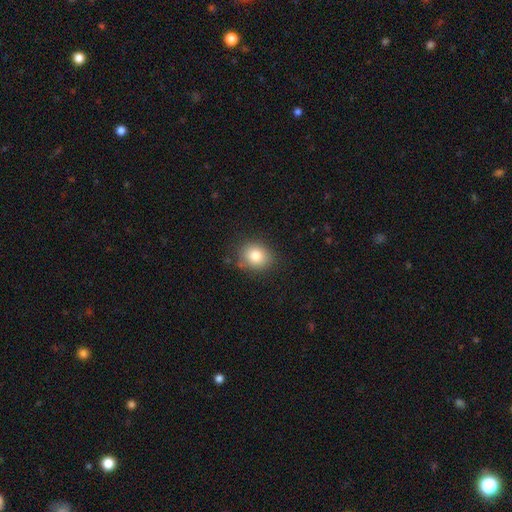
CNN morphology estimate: Overall: smooth (82%). How rounded: round (65%; in between 34%). Merging: none (82%).